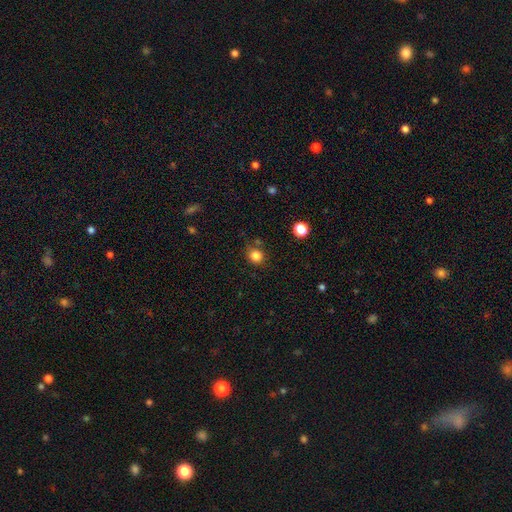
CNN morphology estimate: Smooth or featured: smooth — 83% (star or artifact — 12%)
How rounded: round — 73% (in between — 26%)
Merging: none — 78% (minor disturbance — 14%)